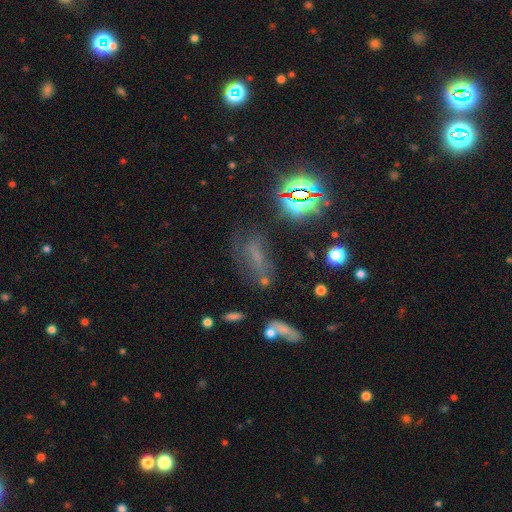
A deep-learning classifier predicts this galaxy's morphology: Smooth or featured? star or artifact (39%)